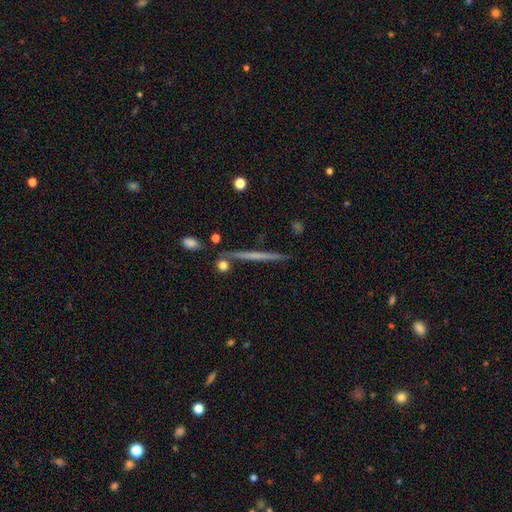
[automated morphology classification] This appears to be a featured or disk galaxy (57%) viewed edge-on (97%) with no central bulge (84%). Merging: none (87%).